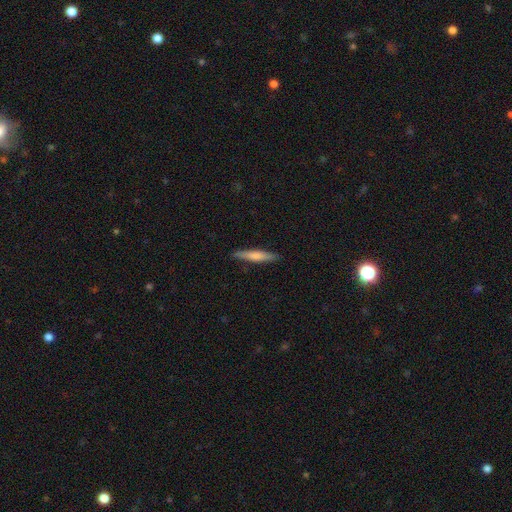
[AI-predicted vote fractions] smooth-or-featured: smooth: 65% | featured or disk: 30% | star or artifact: 5%
  how-rounded: cigar-shaped: 90% | in between: 8% | round: 1%
  merging: none: 89% | minor disturbance: 8% | major disturbance: 2% | merger: 1%